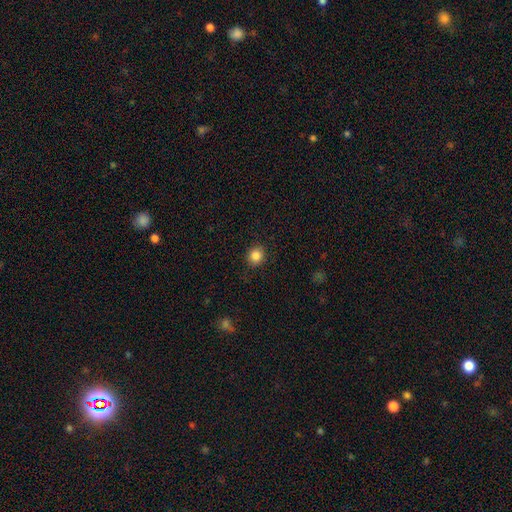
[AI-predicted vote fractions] Q: Smooth or featured?
A: smooth (86%); runner-up: star or artifact (10%)
Q: How rounded?
A: round (83%); runner-up: in between (16%)
Q: Merging?
A: none (89%); runner-up: minor disturbance (8%)